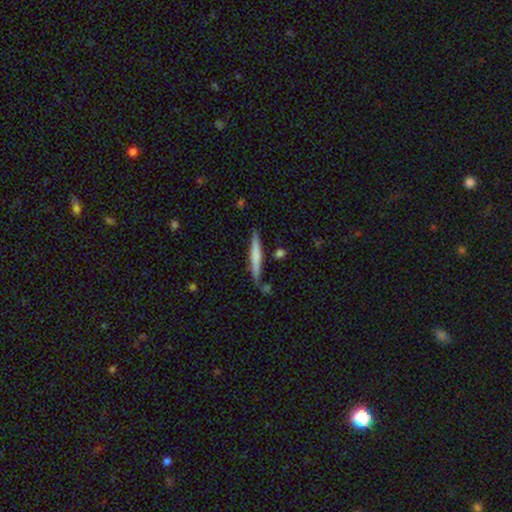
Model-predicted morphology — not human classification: The model was most divided on "smooth or featured": smooth: 56%, featured or disk: 38%, star or artifact: 5%. More confident: how rounded — cigar-shaped (95%); merging — none (83%).